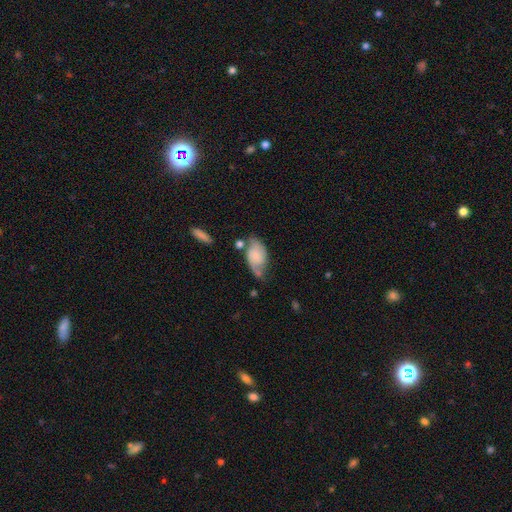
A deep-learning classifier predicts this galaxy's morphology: type=featured or disk (56%); edge-on=no (95%); bar=no (66%); spiral arms=yes (89%); bulge=small (42%); merging=none (49%).